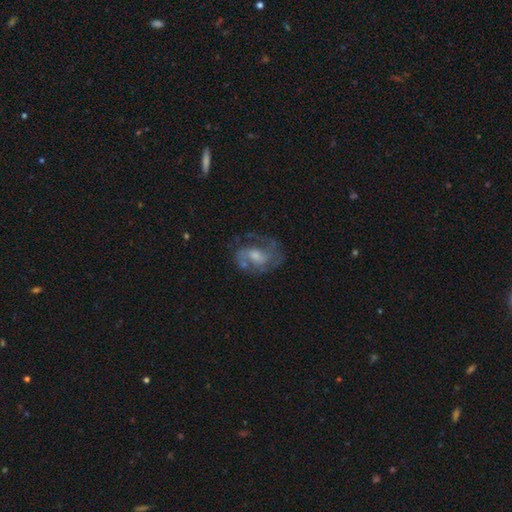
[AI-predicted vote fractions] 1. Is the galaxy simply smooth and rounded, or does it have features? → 79% featured or disk, 13% smooth, 8% star or artifact.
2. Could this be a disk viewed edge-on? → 97% no, 3% yes.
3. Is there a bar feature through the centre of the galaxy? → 45% weak, 44% no, 11% strong.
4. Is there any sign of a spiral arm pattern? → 91% yes, 9% no.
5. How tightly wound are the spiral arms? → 51% medium, 30% tight, 19% loose.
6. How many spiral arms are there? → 64% 2, 16% can't tell, 10% 3, 5% 1, 3% 4, 2% more than 4.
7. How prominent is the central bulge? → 47% moderate, 35% small, 9% large, 8% none, 1% dominant.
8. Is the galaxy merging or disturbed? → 66% none, 18% minor disturbance, 14% major disturbance, 2% merger.